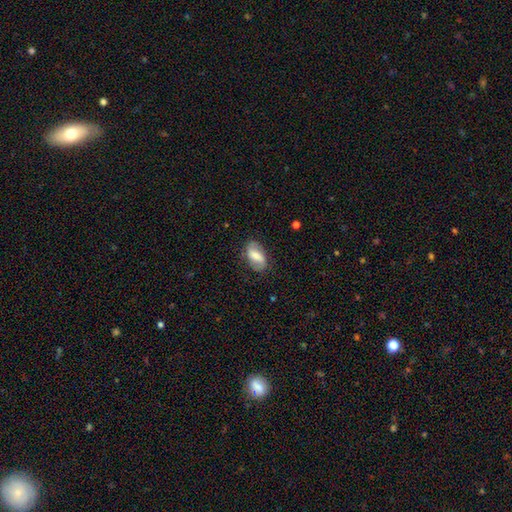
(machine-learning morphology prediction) A featured or disk galaxy (46%, tied with smooth). Merging: none (75%).